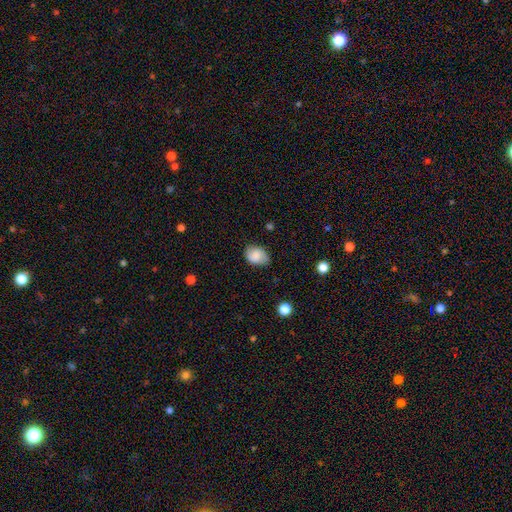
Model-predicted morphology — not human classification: type=smooth (75%); roundness=in between (71%); merging=none (72%).